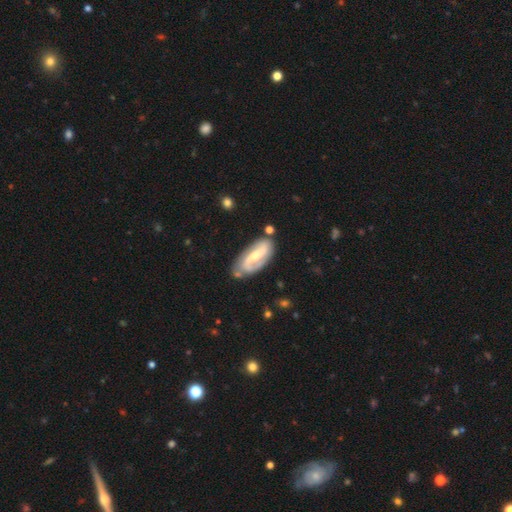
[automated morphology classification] A featured or disk galaxy (82%) with a strong bar (42%), 2 (84%) medium (42%) spiral arms (94%) and a moderate central bulge (48%).

Vote fractions:
- Smooth or featured? featured or disk: 82% / smooth: 14% / star or artifact: 4%
- Edge-on disk? no: 94% / yes: 6%
- Bar? strong: 42% / weak: 38% / no: 20%
- Spiral arms? yes: 94% / no: 6%
- Spiral winding? medium: 42% / loose: 33% / tight: 25%
- Spiral arm count? 2: 84% / 1: 8% / can't tell: 6% / 3: 1% / 4: 1% / more than 4: 1%
- Bulge size? moderate: 48% / small: 43% / large: 4% / none: 3% / dominant: 1%
- Merging? none: 74% / minor disturbance: 17% / major disturbance: 5% / merger: 4%